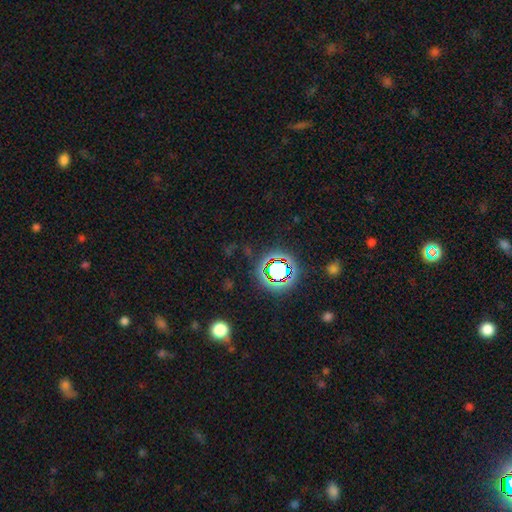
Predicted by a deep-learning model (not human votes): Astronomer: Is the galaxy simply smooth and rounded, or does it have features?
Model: star or artifact — 77%.